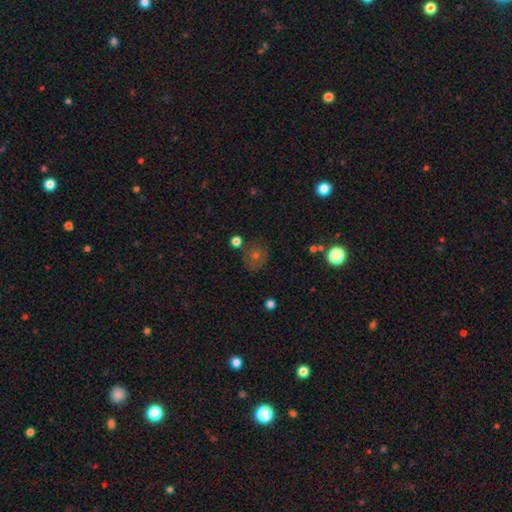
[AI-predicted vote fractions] Smooth or featured?
  - smooth: 55% *
  - star or artifact: 27%
  - featured or disk: 18%
How rounded?
  - round: 85% *
  - in between: 14%
  - cigar-shaped: 1%
Merging?
  - none: 73% *
  - minor disturbance: 15%
  - major disturbance: 7%
  - merger: 5%